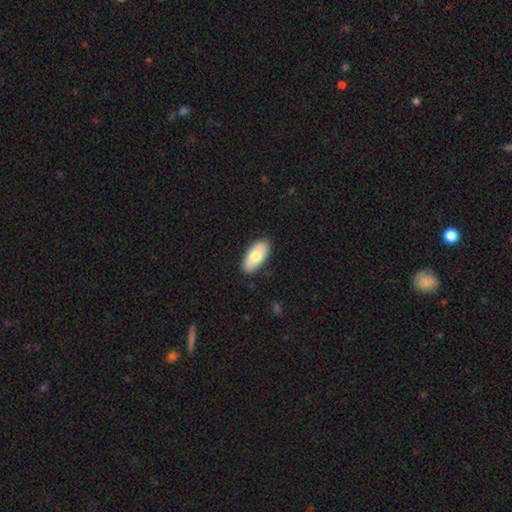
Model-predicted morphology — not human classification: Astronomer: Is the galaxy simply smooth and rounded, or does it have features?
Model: smooth — 73%.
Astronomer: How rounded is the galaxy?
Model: in between — 93%.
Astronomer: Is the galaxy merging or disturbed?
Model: none — 86%.